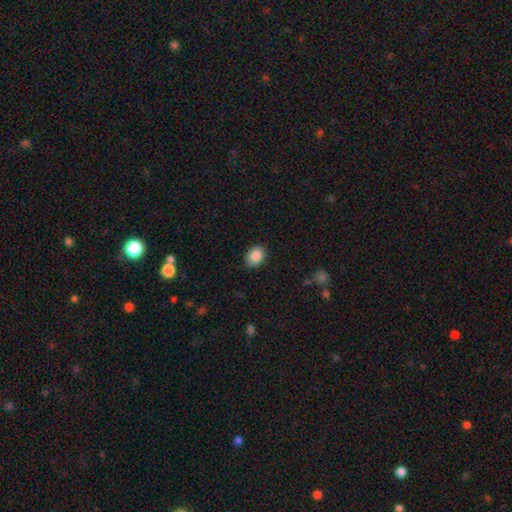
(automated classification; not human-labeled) This is clearly a smooth galaxy (87%). How rounded: possibly in between (58%). Merging: clearly none (82%).